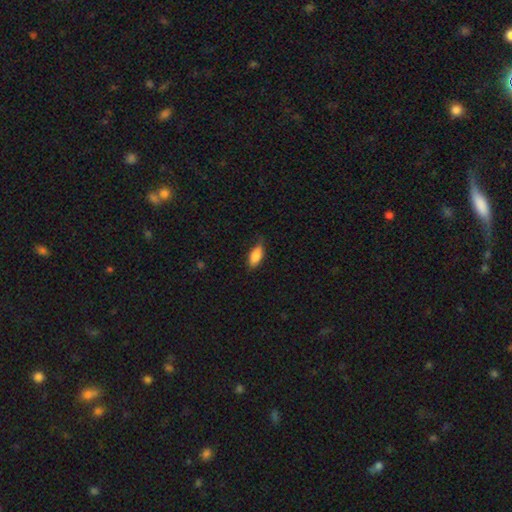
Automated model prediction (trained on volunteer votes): A smooth galaxy with no disk features (84%) that is in between round and cigar-shaped (86%).

Vote fractions:
- Smooth or featured? smooth: 84% / featured or disk: 9% / star or artifact: 7%
- How rounded? in between: 86% / cigar-shaped: 11% / round: 3%
- Merging? none: 67% / minor disturbance: 27% / major disturbance: 5% / merger: 1%